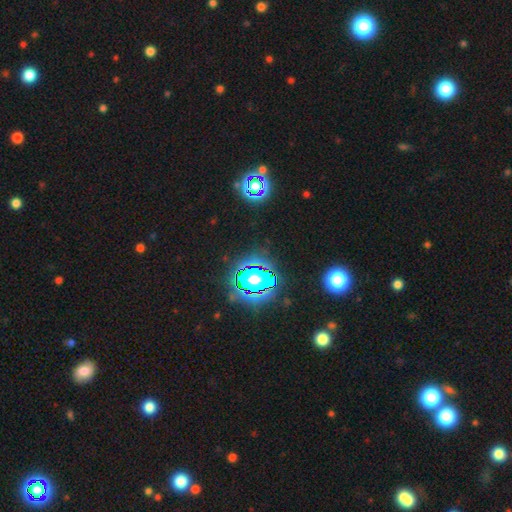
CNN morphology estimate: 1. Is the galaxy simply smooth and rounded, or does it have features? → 83% star or artifact, 11% smooth, 6% featured or disk.